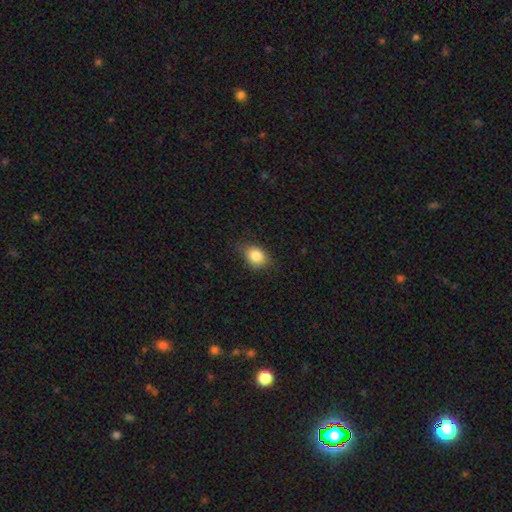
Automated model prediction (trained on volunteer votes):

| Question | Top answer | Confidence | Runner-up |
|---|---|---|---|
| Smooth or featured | smooth | 83% | star or artifact (9%) |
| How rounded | in between | 67% | round (32%) |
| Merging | none | 73% | minor disturbance (22%) |